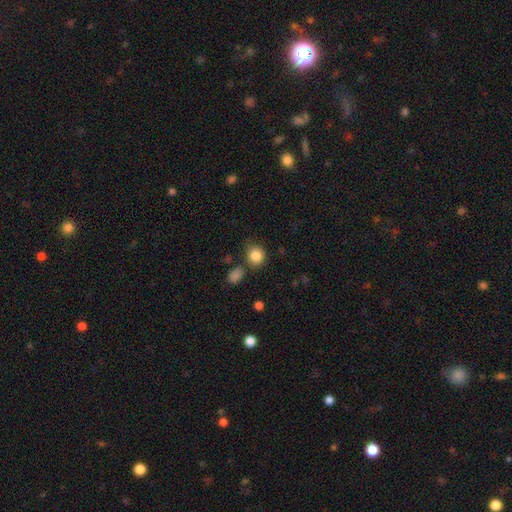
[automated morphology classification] Q: Smooth or featured?
A: smooth (86%); runner-up: star or artifact (9%)
Q: How rounded?
A: round (78%); runner-up: in between (21%)
Q: Merging?
A: none (71%); runner-up: minor disturbance (16%)